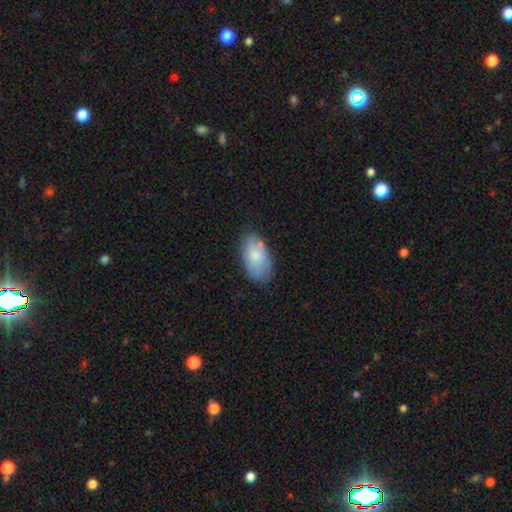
Smooth or featured? smooth (84%)
How rounded? in between (97%)
Merging? none (69%)